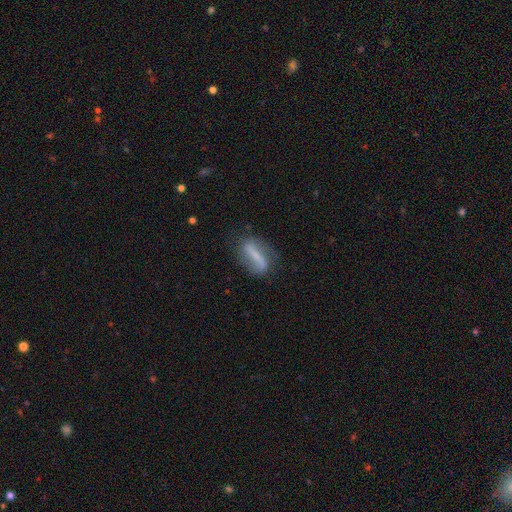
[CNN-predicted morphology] Overall: featured or disk (58%; smooth 33%). Edge-on disk: no (85%). Merging: none (68%).